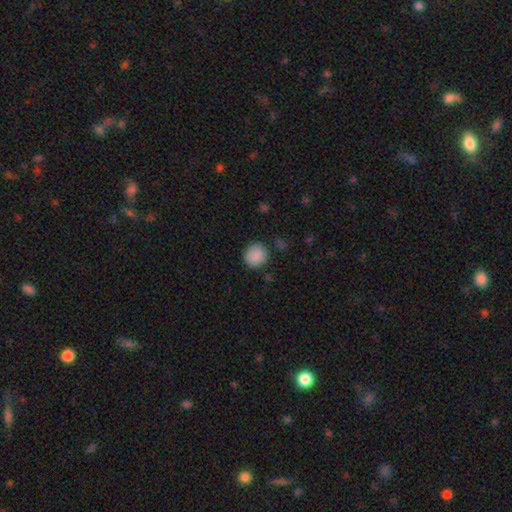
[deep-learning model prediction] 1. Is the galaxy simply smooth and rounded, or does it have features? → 88% smooth, 8% star or artifact, 3% featured or disk.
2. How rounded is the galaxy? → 89% round, 10% in between, 1% cigar-shaped.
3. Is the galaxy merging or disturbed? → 85% none, 11% minor disturbance, 3% major disturbance, 2% merger.